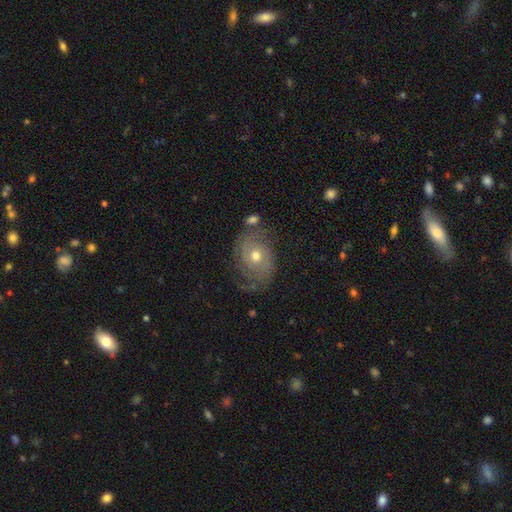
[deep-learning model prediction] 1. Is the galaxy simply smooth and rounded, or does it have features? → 71% featured or disk, 20% smooth, 10% star or artifact.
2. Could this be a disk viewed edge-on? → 96% no, 4% yes.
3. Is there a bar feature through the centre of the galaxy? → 80% no, 17% weak, 3% strong.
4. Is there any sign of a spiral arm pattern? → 85% yes, 15% no.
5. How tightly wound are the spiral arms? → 46% tight, 36% medium, 18% loose.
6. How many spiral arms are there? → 63% 2, 21% can't tell, 6% 3, 5% 1, 3% 4, 3% more than 4.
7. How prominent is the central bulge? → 72% moderate, 22% small, 4% large, 1% none, 1% dominant.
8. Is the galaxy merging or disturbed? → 64% none, 21% minor disturbance, 11% major disturbance, 4% merger.